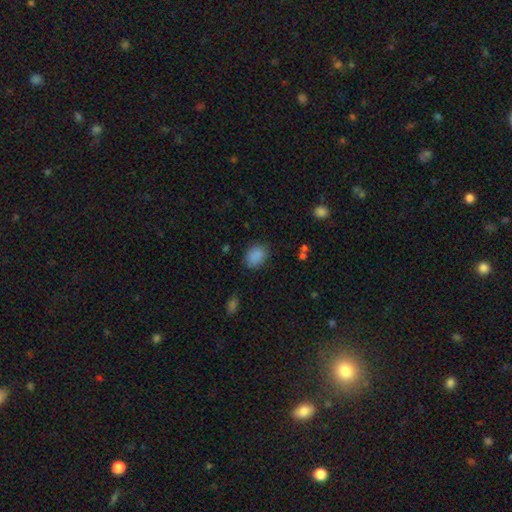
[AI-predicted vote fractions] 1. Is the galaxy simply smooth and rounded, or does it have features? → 87% smooth, 9% star or artifact, 4% featured or disk.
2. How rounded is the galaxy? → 72% in between, 27% round, 1% cigar-shaped.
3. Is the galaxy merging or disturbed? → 81% none, 14% minor disturbance, 4% major disturbance, 1% merger.